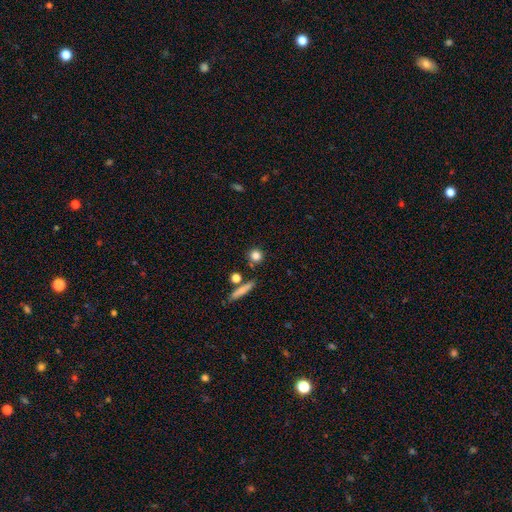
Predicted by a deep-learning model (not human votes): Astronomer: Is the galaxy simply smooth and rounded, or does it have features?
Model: smooth — 81%.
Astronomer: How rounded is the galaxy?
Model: round — 86%.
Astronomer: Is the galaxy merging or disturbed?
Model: none — 77%.